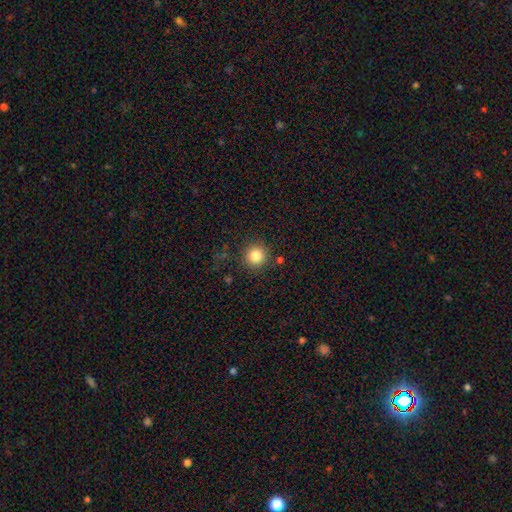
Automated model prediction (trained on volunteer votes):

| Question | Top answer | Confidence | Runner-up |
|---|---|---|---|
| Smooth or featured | smooth | 84% | star or artifact (11%) |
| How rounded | round | 94% | in between (5%) |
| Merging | none | 87% | minor disturbance (7%) |